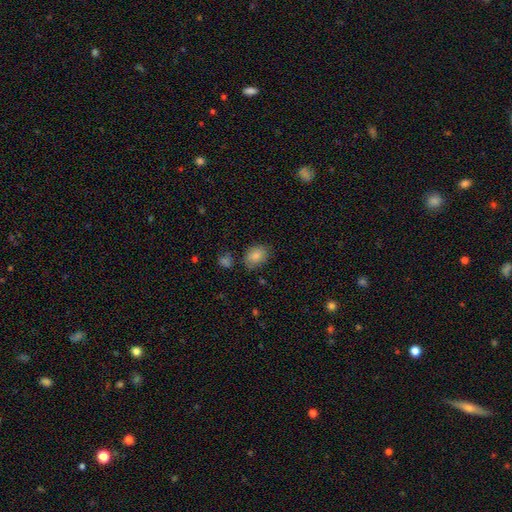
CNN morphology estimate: This appears to be a smooth galaxy with no disk features (83%) that is in between round and cigar-shaped (73%). Merging: none (74%).